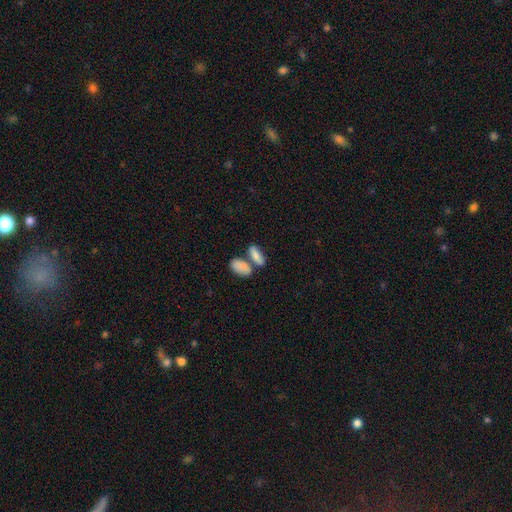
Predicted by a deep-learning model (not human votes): Smooth or featured: smooth — 82% (featured or disk — 11%)
How rounded: in between — 79% (cigar-shaped — 18%)
Merging: none — 45% (merger — 39%)